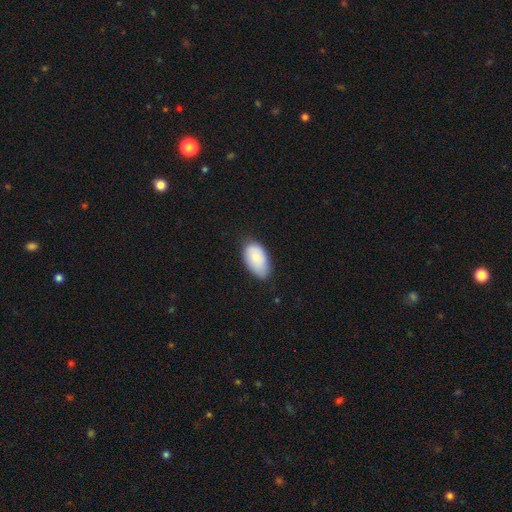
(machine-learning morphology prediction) type=smooth (80%); roundness=in between (94%); merging=none (67%).